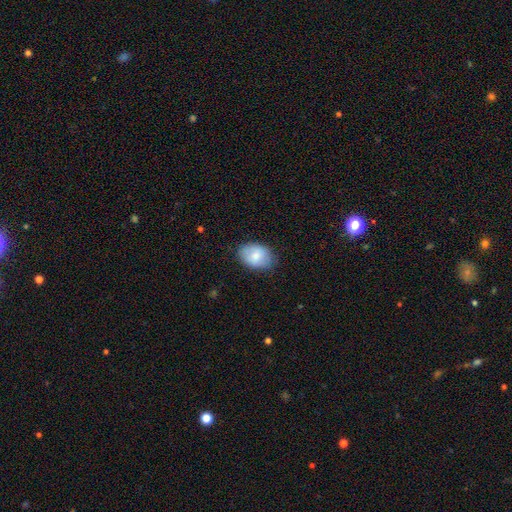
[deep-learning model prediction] Smooth or featured? Predicted: smooth (p=0.80). How rounded? Predicted: in between (p=0.81). Merging? Predicted: none (p=0.79).